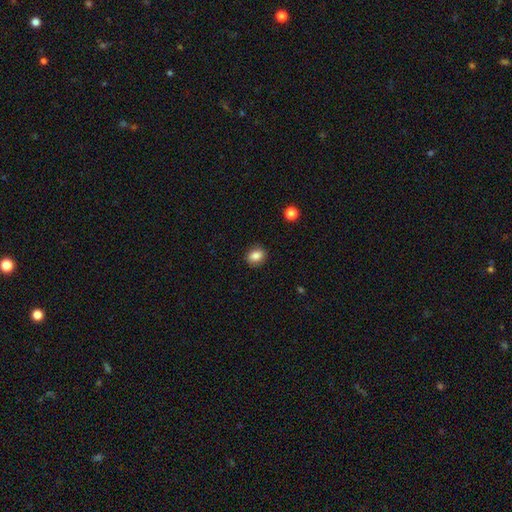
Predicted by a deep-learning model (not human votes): This appears to be a smooth galaxy with no disk features (85%) that is round (58%). Merging: none (89%).